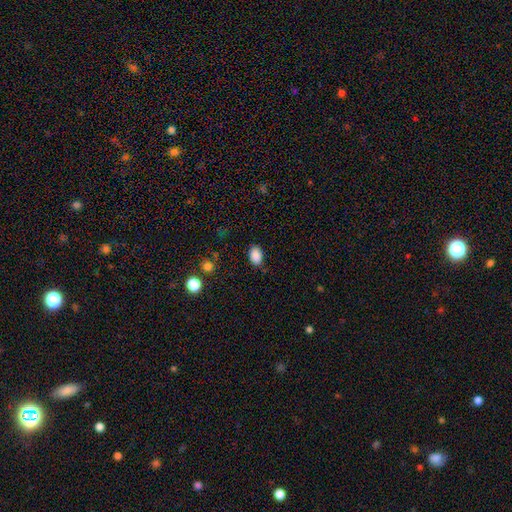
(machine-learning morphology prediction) The model was most divided on "how rounded": in between: 83%, round: 15%, cigar-shaped: 1%. More confident: smooth or featured — smooth (87%); merging — none (83%).